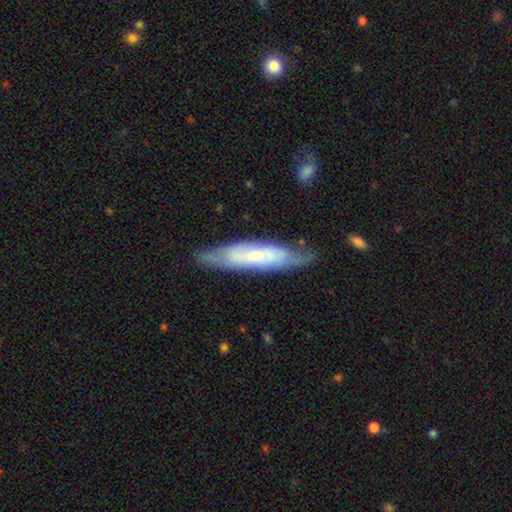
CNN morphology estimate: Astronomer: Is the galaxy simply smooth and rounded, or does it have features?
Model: featured or disk — 56% (runner-up: smooth, 38%).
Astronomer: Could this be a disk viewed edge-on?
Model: no — 58% (runner-up: yes, 42%).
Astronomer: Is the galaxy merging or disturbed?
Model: none — 73%.